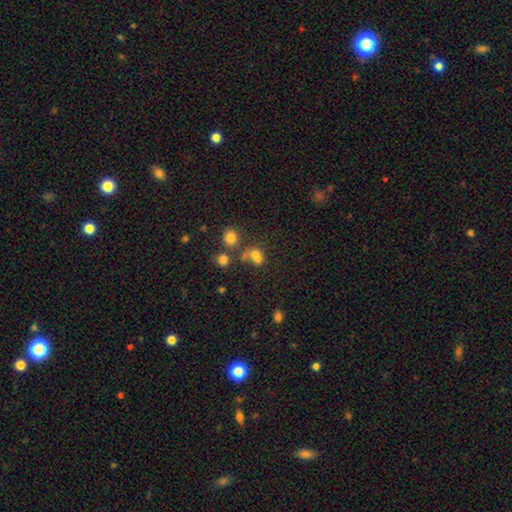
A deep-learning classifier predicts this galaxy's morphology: Smooth or featured? Predicted: smooth (p=0.67). How rounded? Predicted: in between (p=0.54). Merging? Predicted: merger (p=0.39).